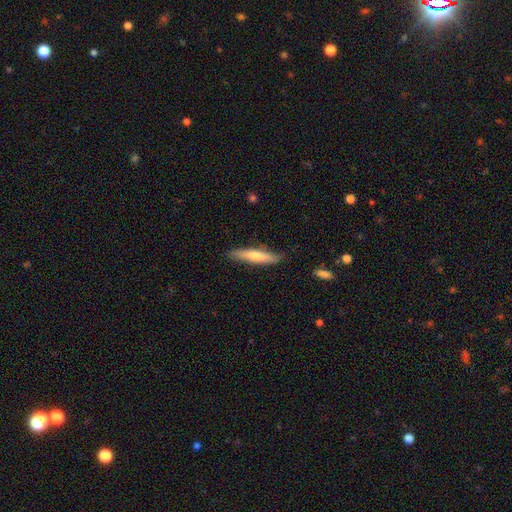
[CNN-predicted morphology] type=smooth (66%); roundness=cigar-shaped (88%); merging=none (84%).